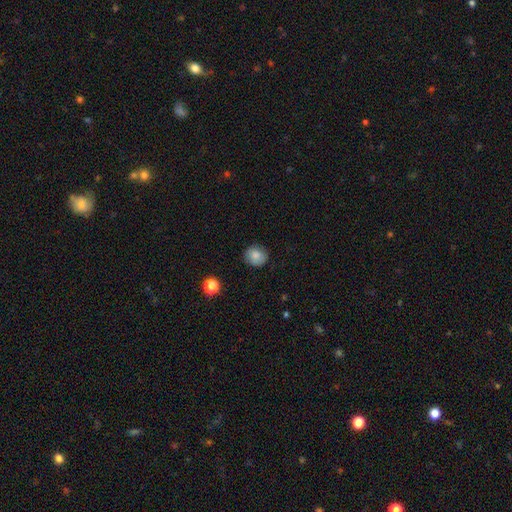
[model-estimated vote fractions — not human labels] smooth_or_featured: smooth (p=0.82) [alt: star or artifact p=0.09]
how_rounded: round (p=0.84) [alt: in between p=0.15]
merging: none (p=0.84) [alt: minor disturbance p=0.12]